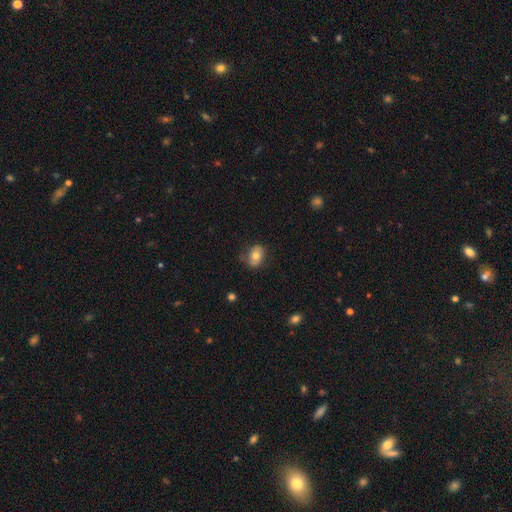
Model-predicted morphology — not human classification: type=smooth (67%); roundness=in between (66%); merging=none (65%).